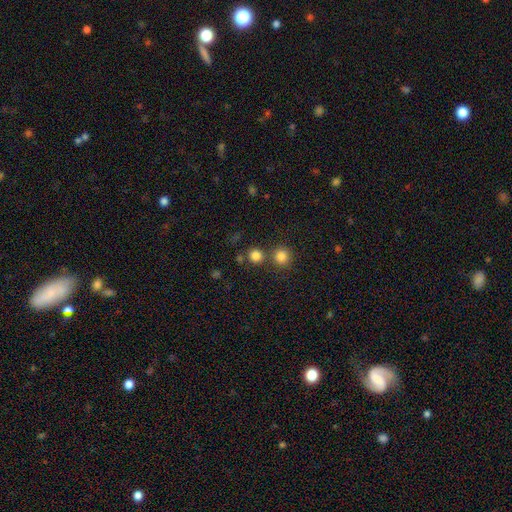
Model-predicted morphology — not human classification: The model was most divided on "merging": none: 72%, merger: 19%, minor disturbance: 7%, major disturbance: 3%. More confident: how rounded — round (90%); smooth or featured — smooth (81%).